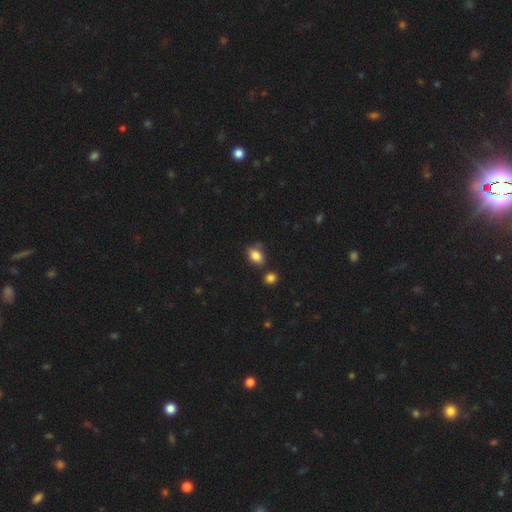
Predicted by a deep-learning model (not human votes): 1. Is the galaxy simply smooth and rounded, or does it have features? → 85% smooth, 10% star or artifact, 6% featured or disk.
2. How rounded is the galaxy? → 81% in between, 17% round, 2% cigar-shaped.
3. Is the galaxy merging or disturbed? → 63% none, 21% minor disturbance, 11% merger, 5% major disturbance.